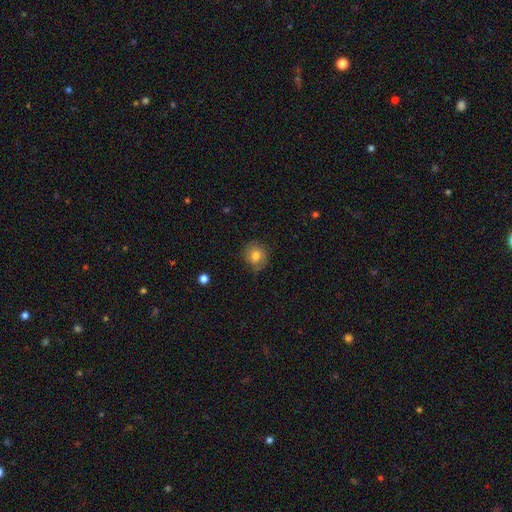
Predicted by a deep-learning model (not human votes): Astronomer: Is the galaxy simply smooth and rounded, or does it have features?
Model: smooth — 74%.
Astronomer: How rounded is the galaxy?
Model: round — 83%.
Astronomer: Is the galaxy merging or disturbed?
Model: none — 73%.